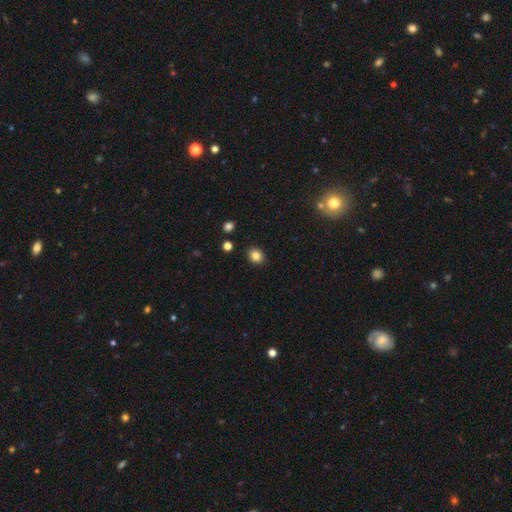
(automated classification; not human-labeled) Morphology: type=smooth (84%); roundness=round (53%); merging=none (89%).